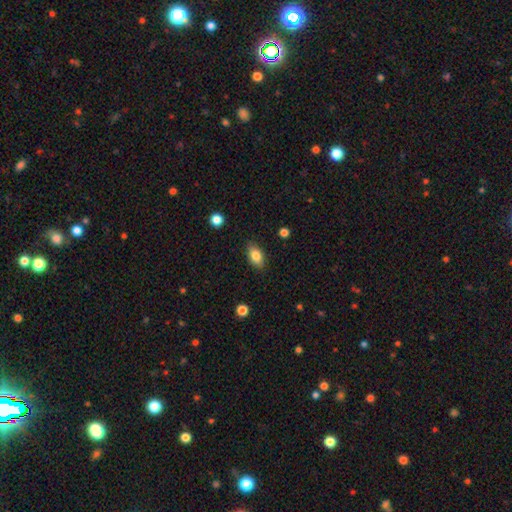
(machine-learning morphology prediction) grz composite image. It shows a smooth galaxy with no disk features (81%) that is in between round and cigar-shaped (87%). Merging: none (85%).